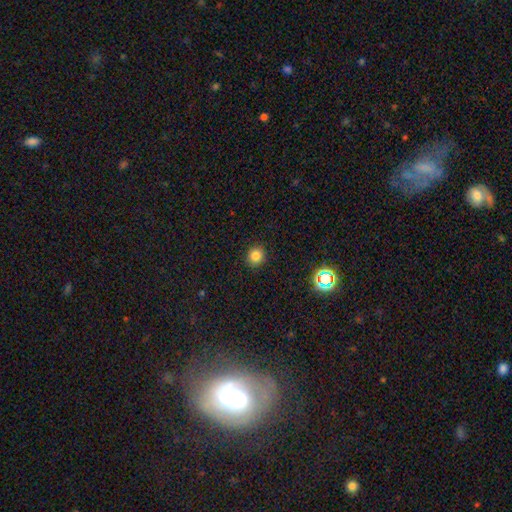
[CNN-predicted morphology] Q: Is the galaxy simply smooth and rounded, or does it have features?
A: smooth — 81%.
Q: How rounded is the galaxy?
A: round — 86%.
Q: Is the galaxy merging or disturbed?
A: none — 90%.